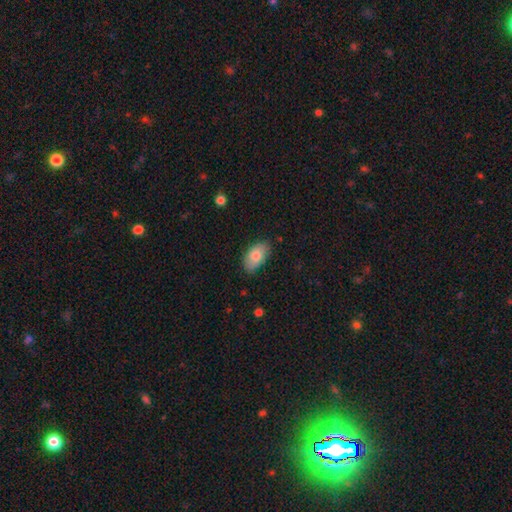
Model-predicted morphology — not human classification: This appears to be a smooth galaxy with no disk features (77%) that is in between round and cigar-shaped (94%). Merging: none (80%).